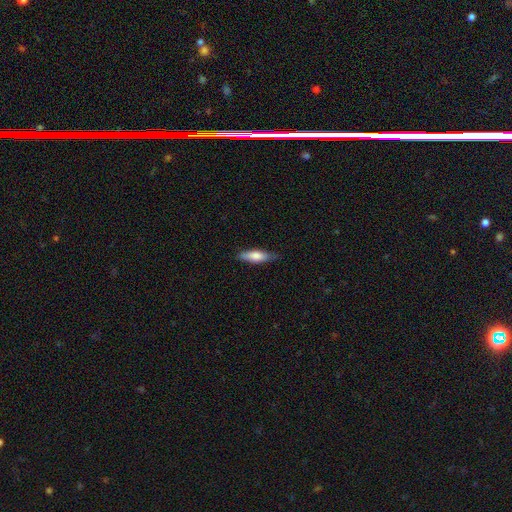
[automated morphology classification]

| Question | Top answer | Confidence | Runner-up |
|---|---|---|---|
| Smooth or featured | smooth | 73% | featured or disk (21%) |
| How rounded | cigar-shaped | 55% | in between (43%) |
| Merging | none | 79% | minor disturbance (17%) |